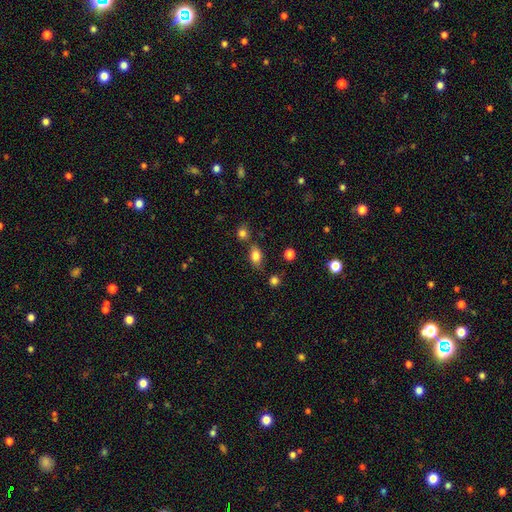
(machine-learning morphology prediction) Q: Smooth or featured?
A: smooth (81%); runner-up: star or artifact (10%)
Q: How rounded?
A: in between (77%); runner-up: round (20%)
Q: Merging?
A: none (70%); runner-up: minor disturbance (15%)